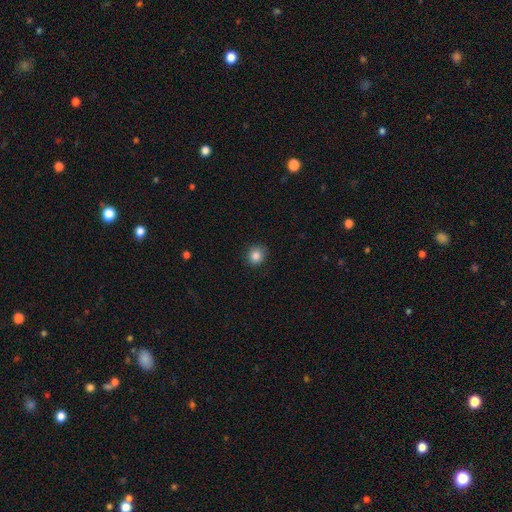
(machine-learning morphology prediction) A smooth galaxy with no disk features (86%) that is round (85%). Merging: none (88%).